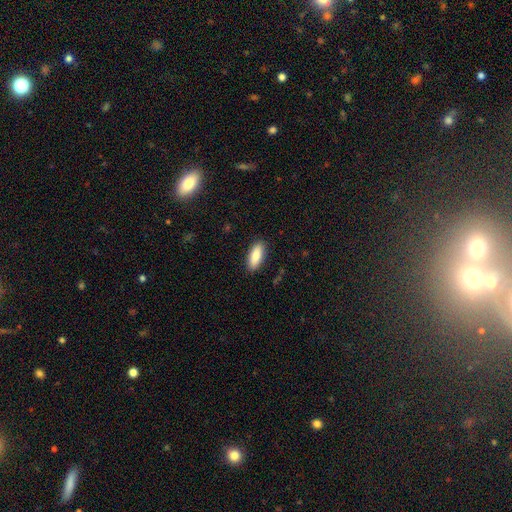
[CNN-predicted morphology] Smooth or featured?
  - smooth: 86% *
  - featured or disk: 8%
  - star or artifact: 6%
How rounded?
  - in between: 74% *
  - cigar-shaped: 25%
  - round: 2%
Merging?
  - none: 88% *
  - minor disturbance: 9%
  - major disturbance: 2%
  - merger: 1%